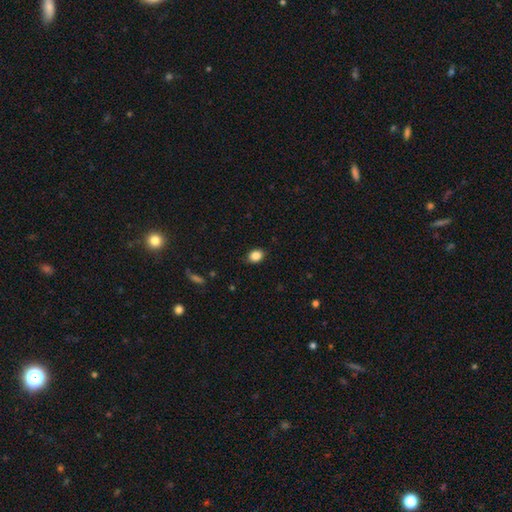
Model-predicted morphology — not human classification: Smooth or featured? Predicted: smooth (p=0.87). How rounded? Predicted: in between (p=0.60). Merging? Predicted: none (p=0.86).